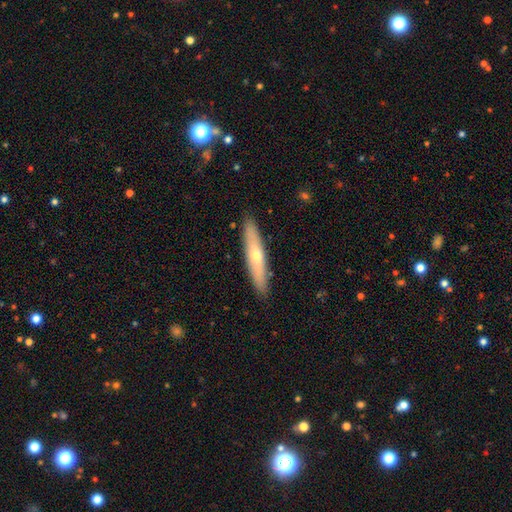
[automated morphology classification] Smooth or featured: smooth — 49% (featured or disk — 45%)
Merging: none — 90% (minor disturbance — 8%)